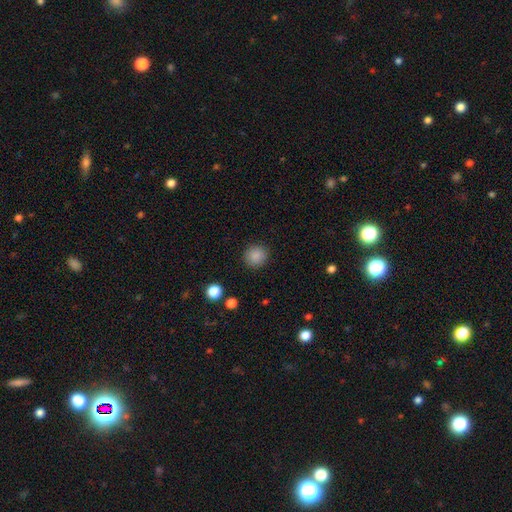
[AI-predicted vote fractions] Overall: smooth (88%). How rounded: round (91%). Merging: none (91%).